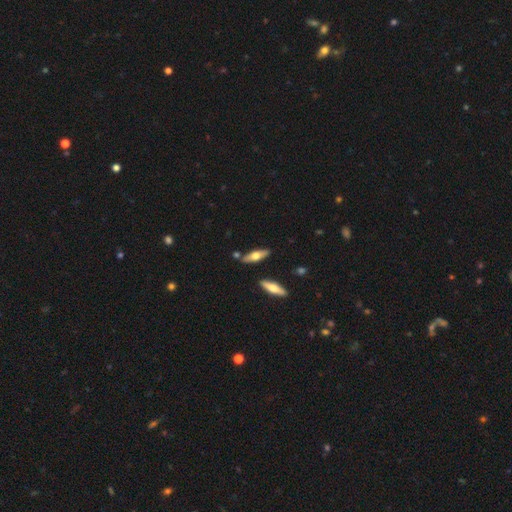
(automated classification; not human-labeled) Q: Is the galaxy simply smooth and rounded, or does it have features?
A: smooth — 50%.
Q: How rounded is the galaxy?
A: cigar-shaped — 52%.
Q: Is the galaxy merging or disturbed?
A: none — 79%.